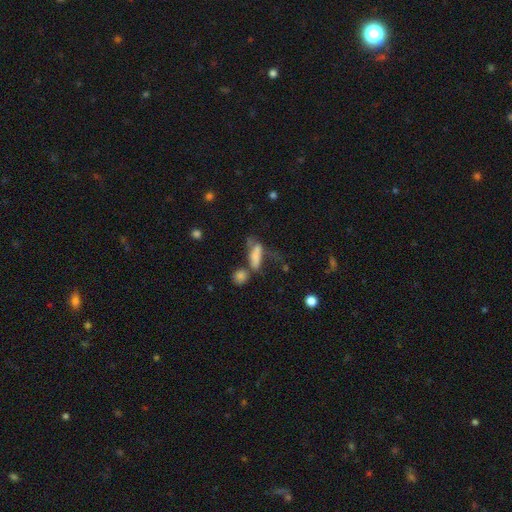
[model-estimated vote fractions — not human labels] Morphology: type=smooth (66%); roundness=in between (55%); merging=major disturbance (29%).